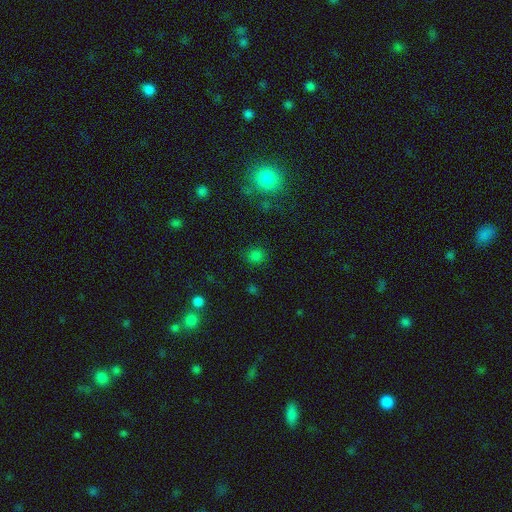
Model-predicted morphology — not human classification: A smooth galaxy with no disk features (76%) that is round (83%).

Vote fractions:
- Smooth or featured? smooth: 76% / star or artifact: 20% / featured or disk: 4%
- How rounded? round: 83% / in between: 16% / cigar-shaped: 1%
- Merging? none: 85% / minor disturbance: 9% / major disturbance: 3% / merger: 2%